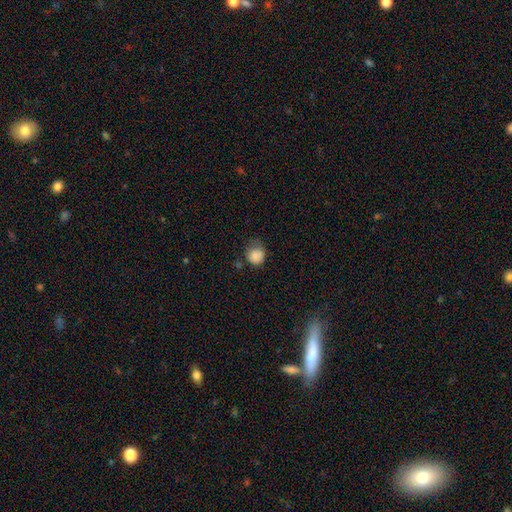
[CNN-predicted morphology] Overall: smooth (84%). How rounded: round (80%). Merging: none (50%; minor disturbance 33%).